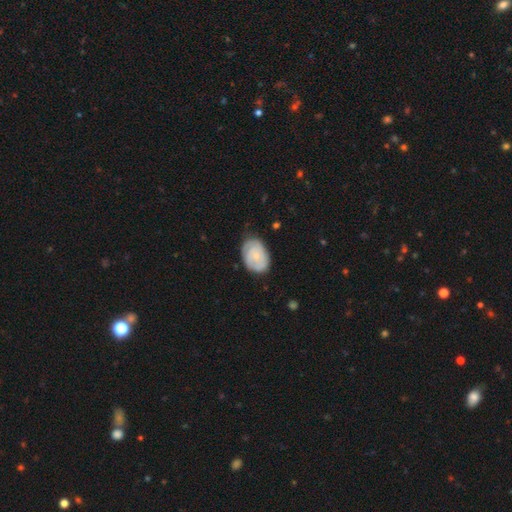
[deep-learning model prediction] Smooth or featured?
  - smooth: 52% *
  - featured or disk: 42%
  - star or artifact: 6%
How rounded?
  - in between: 83% *
  - round: 16%
  - cigar-shaped: 1%
Merging?
  - none: 70% *
  - minor disturbance: 23%
  - major disturbance: 5%
  - merger: 1%